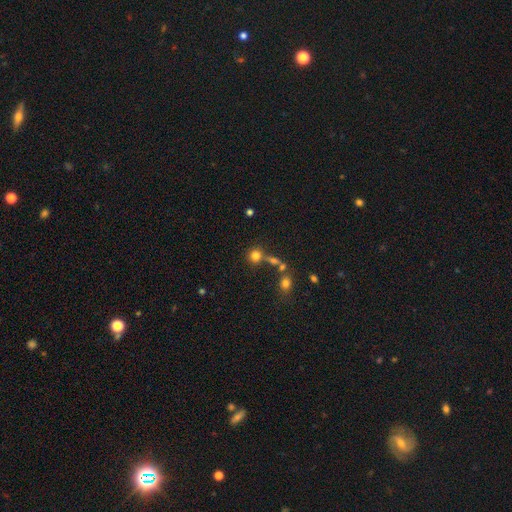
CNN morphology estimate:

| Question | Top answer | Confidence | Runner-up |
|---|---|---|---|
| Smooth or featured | smooth | 76% | star or artifact (15%) |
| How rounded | round | 87% | in between (12%) |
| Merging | none | 62% | merger (22%) |